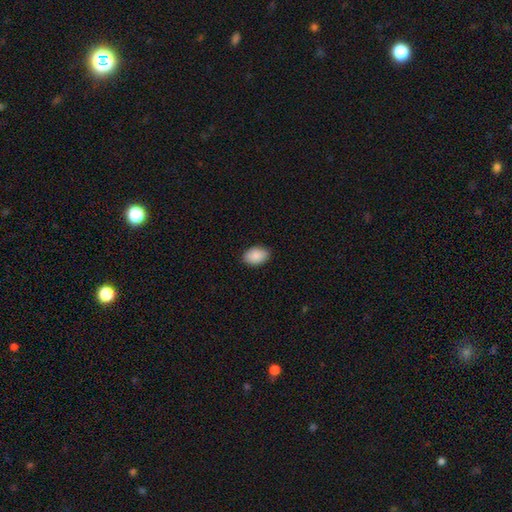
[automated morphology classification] Smooth or featured? smooth (90%)
How rounded? in between (87%)
Merging? none (87%)